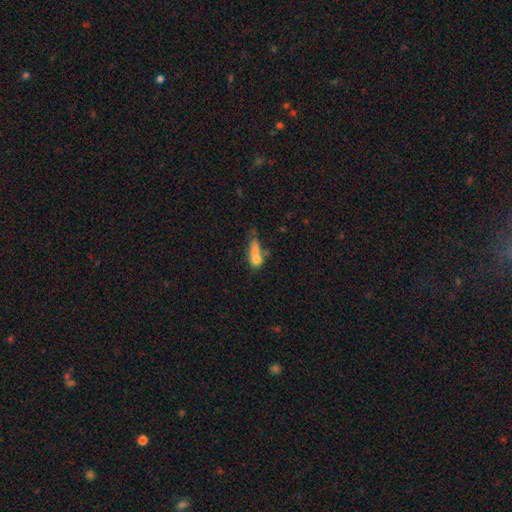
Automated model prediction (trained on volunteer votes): Overall: smooth (64%). How rounded: in between (56%; cigar-shaped 29%). Merging: merger (45%; none 26%).